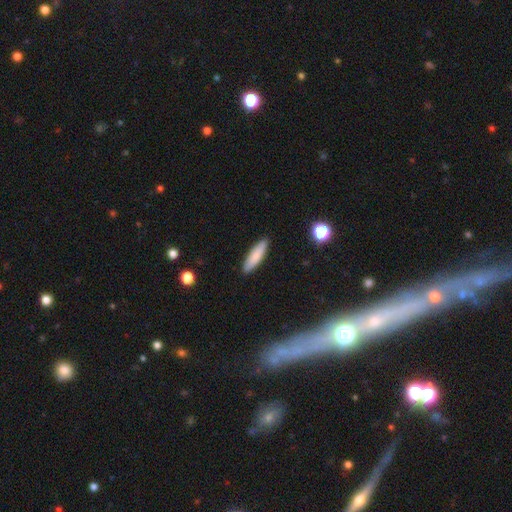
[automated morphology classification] Overall: smooth (82%). How rounded: cigar-shaped (66%; in between 32%). Merging: none (89%).